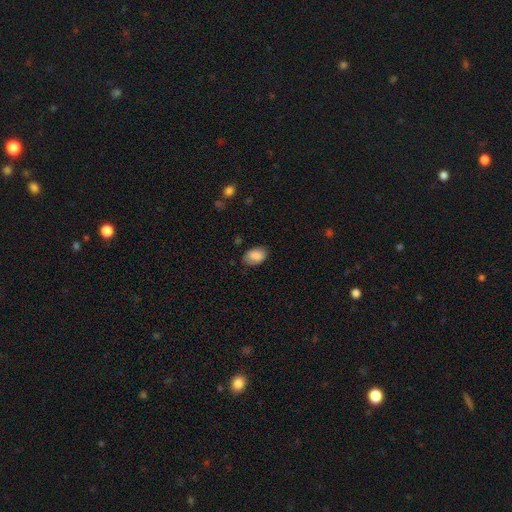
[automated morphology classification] A smooth galaxy with no disk features (87%) that is in between round and cigar-shaped (88%). Merging: none (78%).